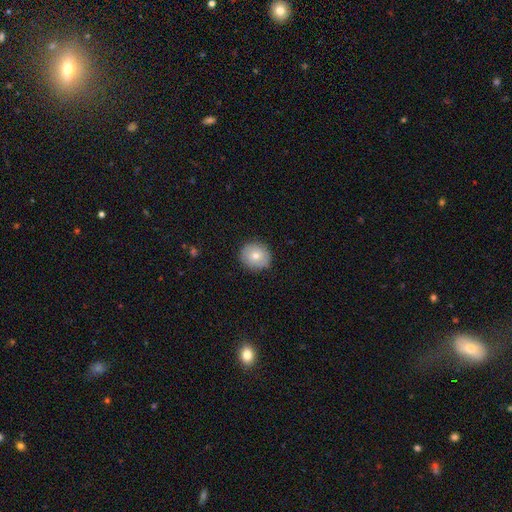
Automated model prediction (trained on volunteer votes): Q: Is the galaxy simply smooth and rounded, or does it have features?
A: smooth — 71%.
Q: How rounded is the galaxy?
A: round — 89%.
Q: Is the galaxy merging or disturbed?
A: none — 87%.